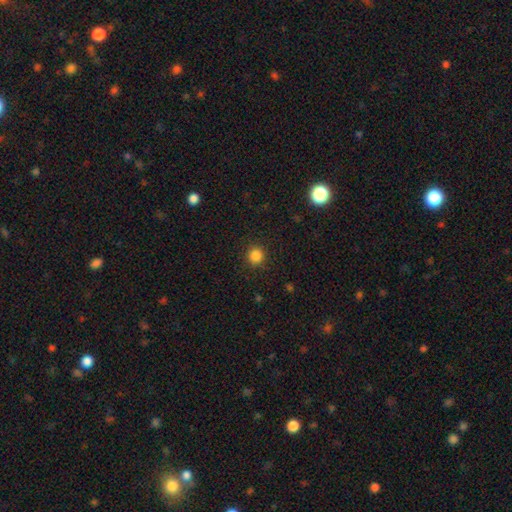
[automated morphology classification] smooth_or_featured: smooth (p=0.85) [alt: star or artifact p=0.12]
how_rounded: round (p=0.90) [alt: in between p=0.09]
merging: none (p=0.90) [alt: minor disturbance p=0.07]